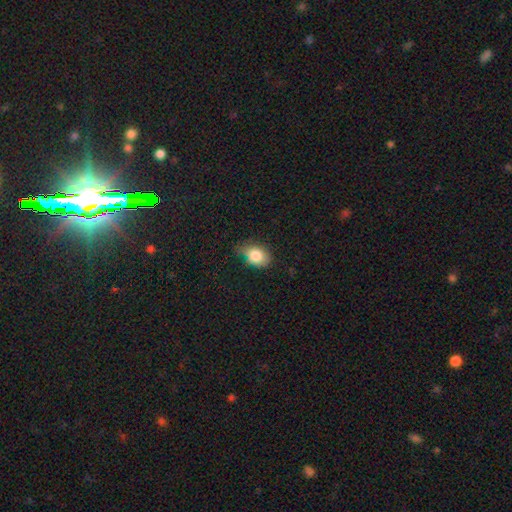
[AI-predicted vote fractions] smooth 81%, featured or disk 10%, star or artifact 9%. Down the decision tree: how rounded — in between (74%); merging — none (51%).